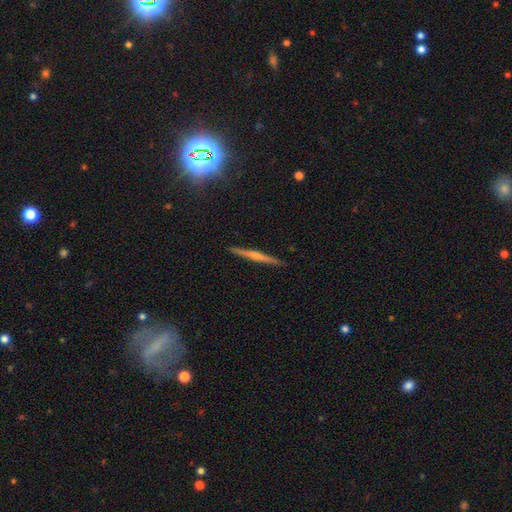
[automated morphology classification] Smooth or featured: featured or disk — 57% (smooth — 36%)
Edge-on disk: yes — 98% (no — 2%)
Edge-on bulge: rounded — 47% (none — 42%)
Merging: none — 91% (minor disturbance — 7%)